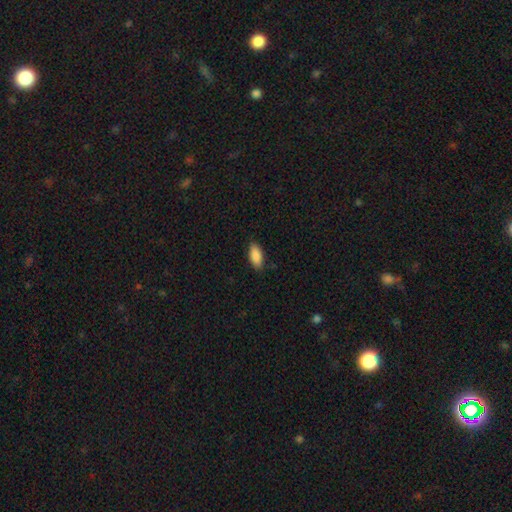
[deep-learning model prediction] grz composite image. It shows a smooth galaxy with no disk features (89%) that is in between round and cigar-shaped (89%). Merging: none (86%).